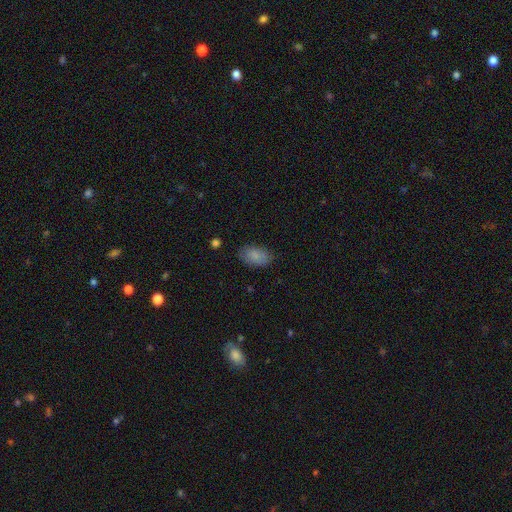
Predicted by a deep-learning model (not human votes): smooth 85%, featured or disk 8%, star or artifact 7%. Down the decision tree: how rounded — in between (93%); merging — none (81%).